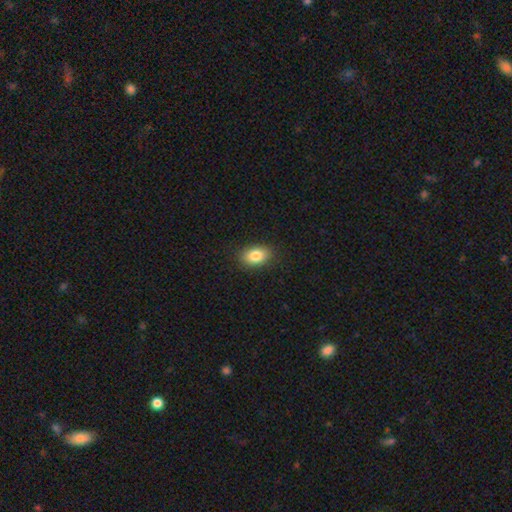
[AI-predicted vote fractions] Smooth or featured?
  - smooth: 84% *
  - star or artifact: 8%
  - featured or disk: 8%
How rounded?
  - in between: 85% *
  - round: 14%
  - cigar-shaped: 2%
Merging?
  - none: 88% *
  - minor disturbance: 9%
  - major disturbance: 2%
  - merger: 1%